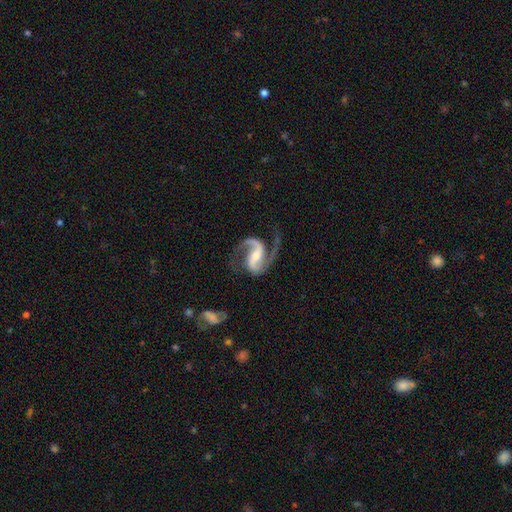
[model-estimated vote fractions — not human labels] Smooth or featured?
  - featured or disk: 92% *
  - star or artifact: 4%
  - smooth: 4%
Edge-on disk?
  - no: 98% *
  - yes: 2%
Bar?
  - weak: 43% *
  - strong: 38%
  - no: 20%
Spiral arms?
  - yes: 98% *
  - no: 2%
Spiral winding?
  - medium: 54% *
  - loose: 35%
  - tight: 12%
Spiral arm count?
  - 2: 89% *
  - 1: 6%
  - 3: 2%
  - can't tell: 2%
  - 4: 1%
  - more than 4: 1%
Bulge size?
  - moderate: 47% *
  - small: 41%
  - none: 6%
  - large: 5%
  - dominant: 1%
Merging?
  - none: 64% *
  - minor disturbance: 17%
  - major disturbance: 16%
  - merger: 2%